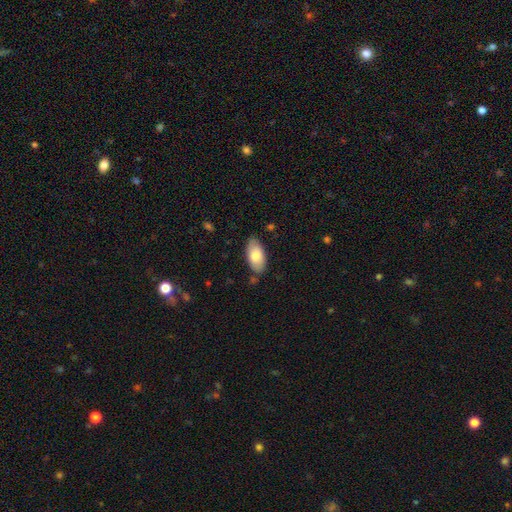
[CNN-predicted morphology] smooth 78%, featured or disk 15%, star or artifact 6%. Down the decision tree: how rounded — in between (94%); merging — none (78%).